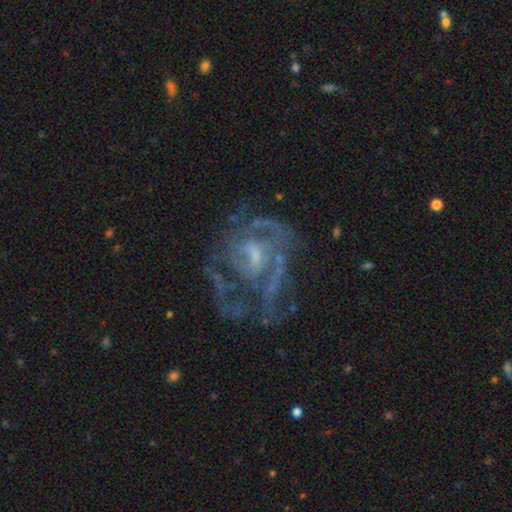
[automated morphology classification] A featured or disk galaxy (77%) with no bar (46%), spiral arms (62%) and a small central bulge (42%).

Vote fractions:
- Smooth or featured? featured or disk: 77% / star or artifact: 12% / smooth: 10%
- Edge-on disk? no: 97% / yes: 3%
- Bar? no: 46% / weak: 42% / strong: 12%
- Spiral arms? yes: 62% / no: 38%
- Bulge size? small: 42% / moderate: 30% / none: 23% / large: 3% / dominant: 1%
- Merging? none: 39% / major disturbance: 38% / minor disturbance: 16% / merger: 6%